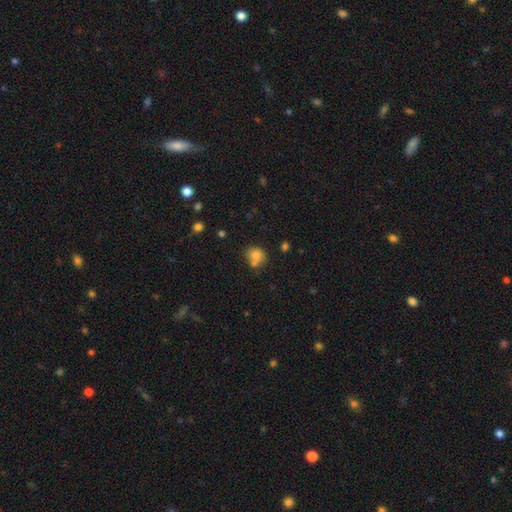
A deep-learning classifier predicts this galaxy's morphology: The model was most divided on "merging": none: 51%, merger: 32%, minor disturbance: 13%, major disturbance: 4%. More confident: smooth or featured — smooth (76%); how rounded — round (74%).